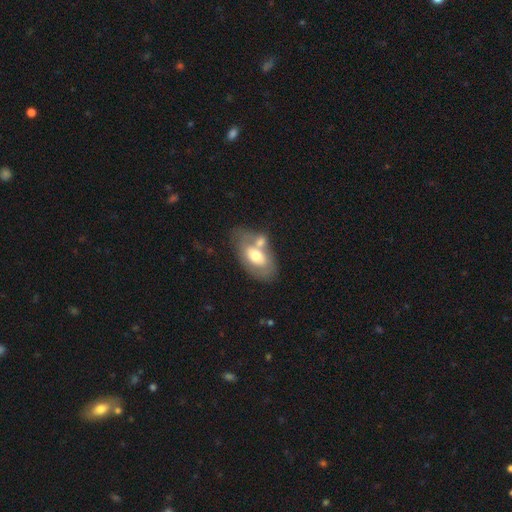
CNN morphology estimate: Smooth or featured? Predicted: smooth (p=0.54). How rounded? Predicted: in between (p=0.90). Merging? Predicted: merger (p=0.41).